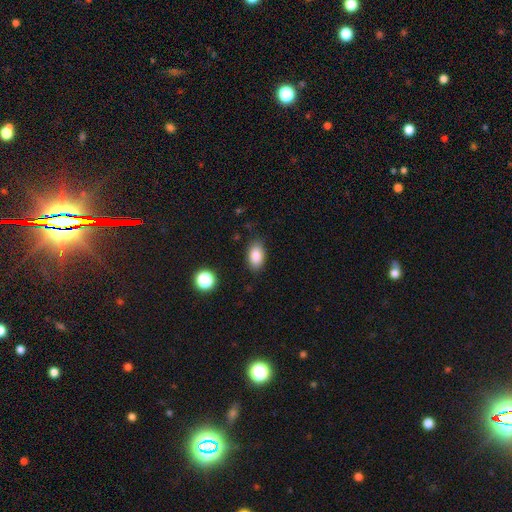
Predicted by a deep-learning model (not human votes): Overall: smooth (87%). How rounded: in between (91%). Merging: none (84%).